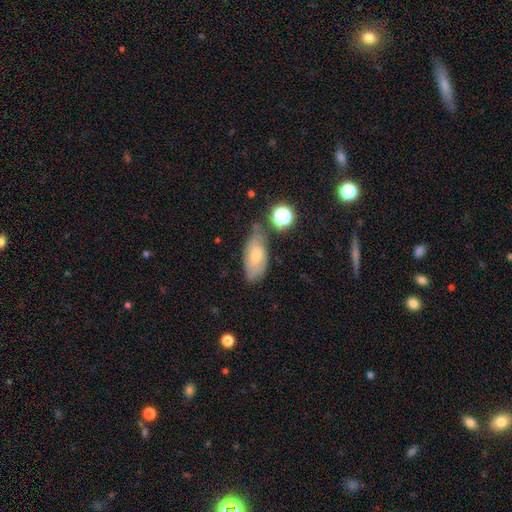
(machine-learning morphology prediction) A smooth galaxy with no disk features (66%) that is in between round and cigar-shaped (87%).

Vote fractions:
- Smooth or featured? smooth: 66% / featured or disk: 24% / star or artifact: 10%
- How rounded? in between: 87% / cigar-shaped: 9% / round: 5%
- Merging? none: 54% / minor disturbance: 29% / major disturbance: 9% / merger: 8%